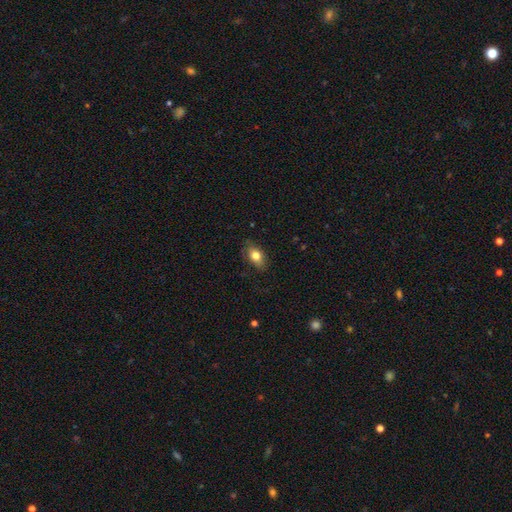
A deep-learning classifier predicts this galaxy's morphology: smooth 78%, featured or disk 15%, star or artifact 8%. Down the decision tree: how rounded — in between (85%); merging — none (80%).